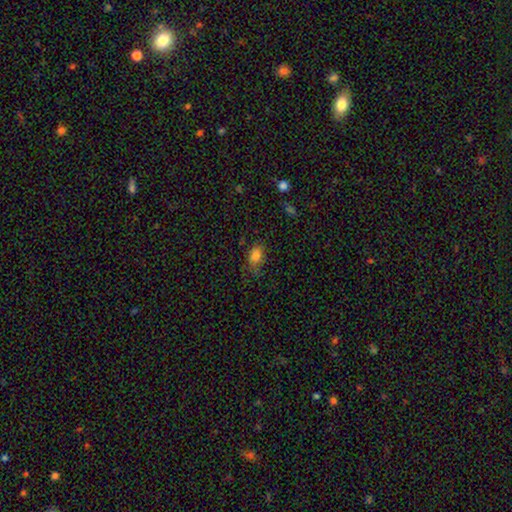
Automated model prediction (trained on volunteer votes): Smooth or featured? Predicted: smooth (p=0.78). How rounded? Predicted: in between (p=0.78). Merging? Predicted: none (p=0.63).